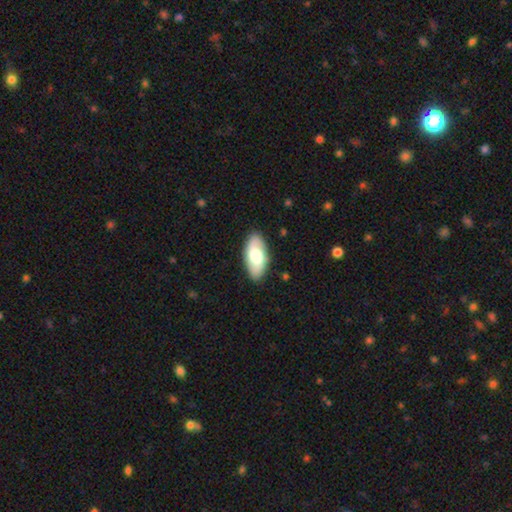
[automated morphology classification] smooth_or_featured: smooth (p=0.62) [alt: featured or disk p=0.32]
how_rounded: in between (p=0.91) [alt: cigar-shaped p=0.07]
merging: none (p=0.86) [alt: minor disturbance p=0.10]